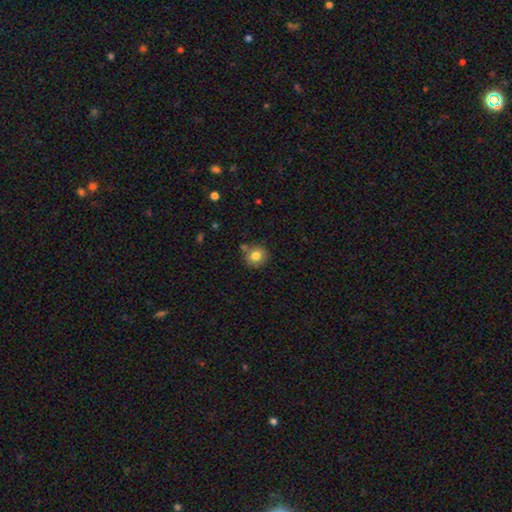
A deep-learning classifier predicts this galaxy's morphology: Smooth or featured? Predicted: smooth (p=0.80). How rounded? Predicted: round (p=0.87). Merging? Predicted: none (p=0.78).